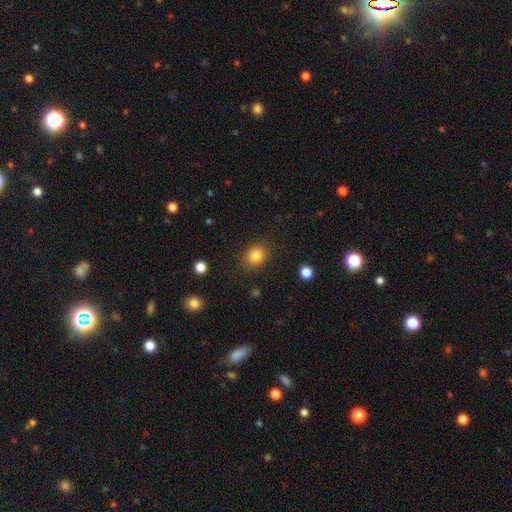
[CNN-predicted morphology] Smooth or featured?
  - smooth: 84% *
  - star or artifact: 10%
  - featured or disk: 5%
How rounded?
  - round: 66% *
  - in between: 33%
  - cigar-shaped: 1%
Merging?
  - none: 87% *
  - minor disturbance: 9%
  - major disturbance: 3%
  - merger: 1%